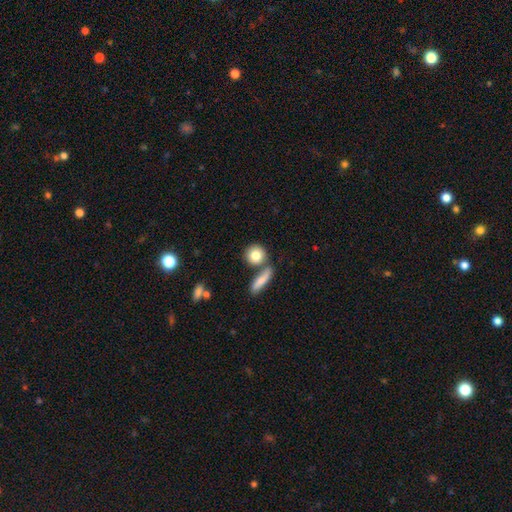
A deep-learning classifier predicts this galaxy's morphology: Smooth or featured: smooth — 82% (featured or disk — 11%)
How rounded: round — 77% (in between — 18%)
Merging: none — 63% (merger — 22%)